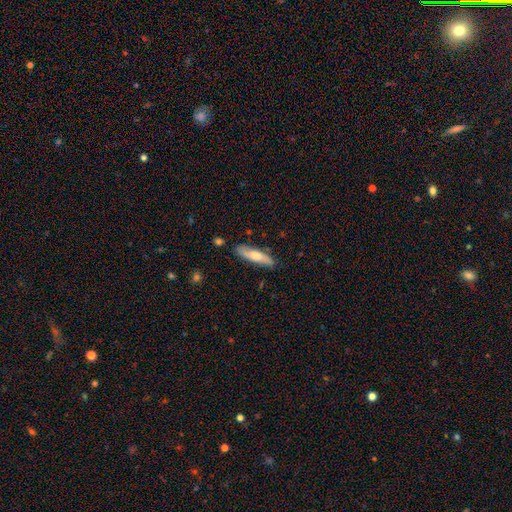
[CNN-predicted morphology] Smooth or featured?
  - smooth: 63% *
  - featured or disk: 31%
  - star or artifact: 6%
How rounded?
  - cigar-shaped: 69% *
  - in between: 29%
  - round: 2%
Merging?
  - none: 82% *
  - minor disturbance: 13%
  - major disturbance: 2%
  - merger: 2%